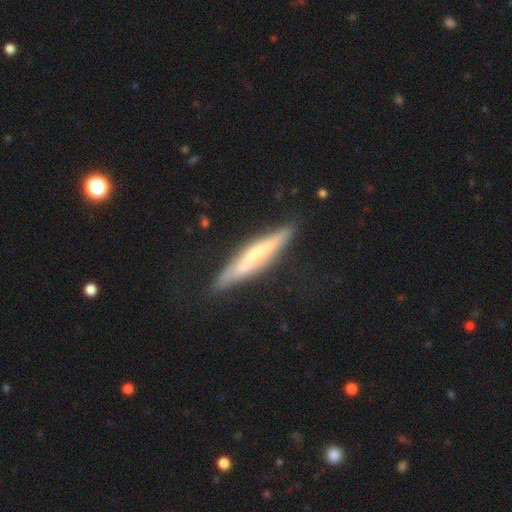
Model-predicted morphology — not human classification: Smooth or featured? Predicted: featured or disk (p=0.56). Edge-on disk? Predicted: yes (p=0.91). Edge-on bulge? Predicted: none (p=0.48). Merging? Predicted: none (p=0.81).